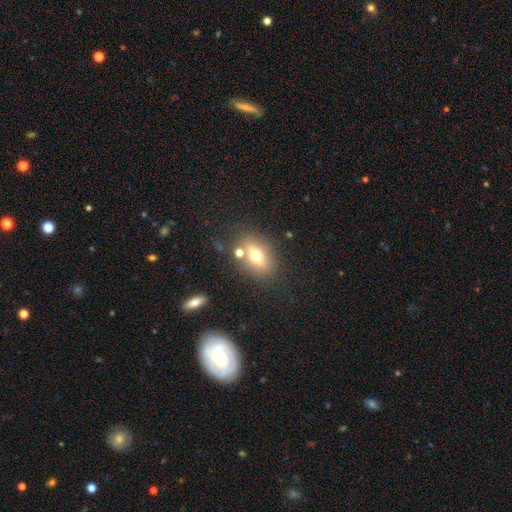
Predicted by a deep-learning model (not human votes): smooth-or-featured: smooth: 59% | featured or disk: 30% | star or artifact: 11%
  how-rounded: in between: 72% | round: 19% | cigar-shaped: 9%
  merging: none: 71% | minor disturbance: 12% | merger: 12% | major disturbance: 5%